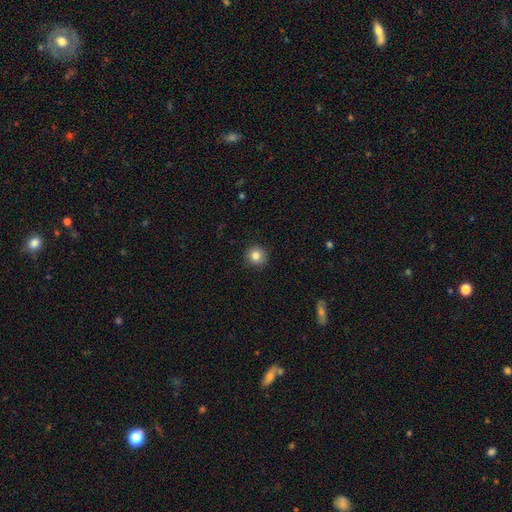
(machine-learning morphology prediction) smooth 83%, star or artifact 11%, featured or disk 7%. Down the decision tree: how rounded — round (94%); merging — none (91%).